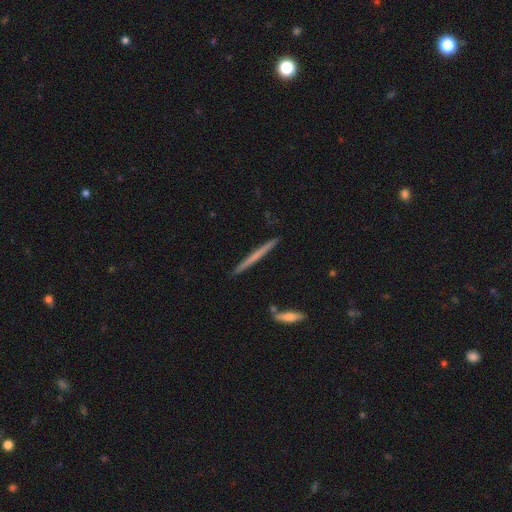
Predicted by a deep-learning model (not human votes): Smooth or featured? Predicted: featured or disk (p=0.51). Edge-on disk? Predicted: yes (p=0.98). Merging? Predicted: none (p=0.91).